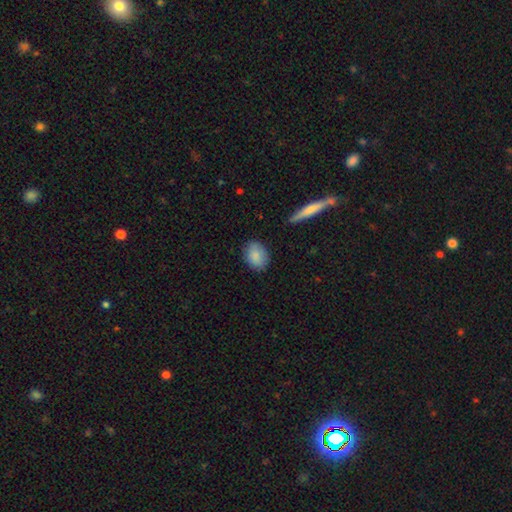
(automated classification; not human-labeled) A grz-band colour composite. It shows a smooth galaxy with no disk features (86%) that is in between round and cigar-shaped (69%). Merging: none (80%).